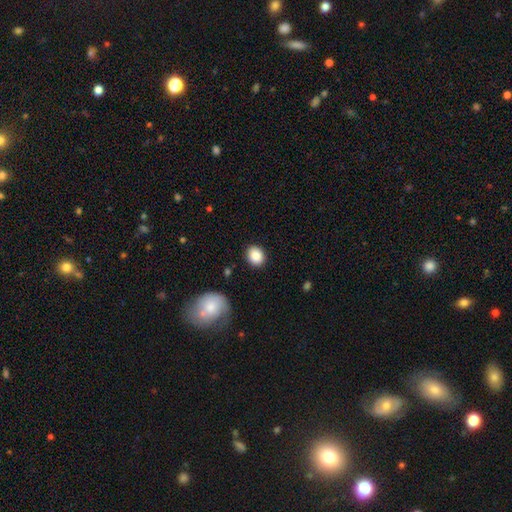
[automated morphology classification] The model was most divided on "how rounded": round: 61%, in between: 38%, cigar-shaped: 1%. More confident: merging — none (88%); smooth or featured — smooth (87%).